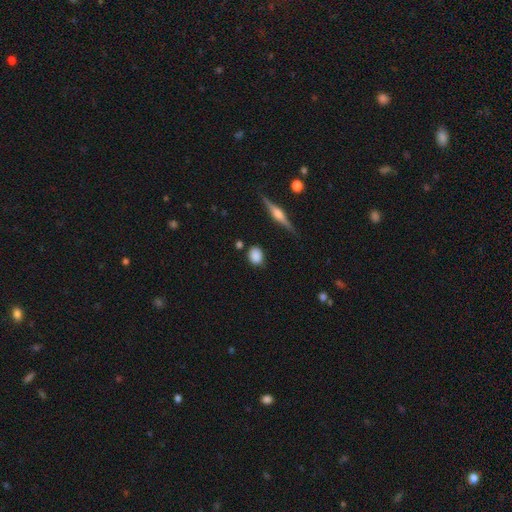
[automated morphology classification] Smooth or featured?
  - smooth: 83% *
  - featured or disk: 9%
  - star or artifact: 8%
How rounded?
  - round: 60% *
  - in between: 37%
  - cigar-shaped: 3%
Merging?
  - none: 82% *
  - minor disturbance: 12%
  - major disturbance: 3%
  - merger: 3%